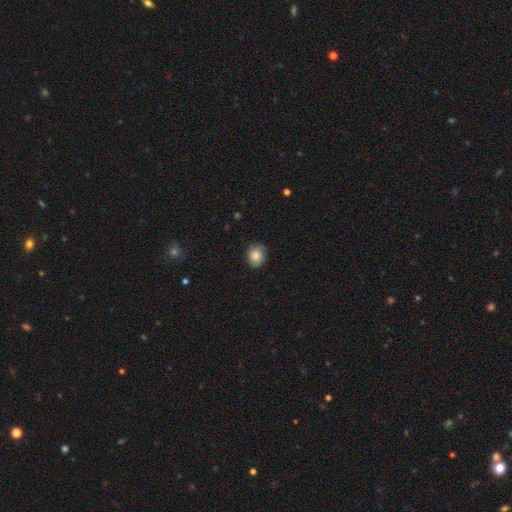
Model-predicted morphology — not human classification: Q: Smooth or featured?
A: smooth (80%); runner-up: featured or disk (11%)
Q: How rounded?
A: round (64%); runner-up: in between (35%)
Q: Merging?
A: none (74%); runner-up: minor disturbance (21%)